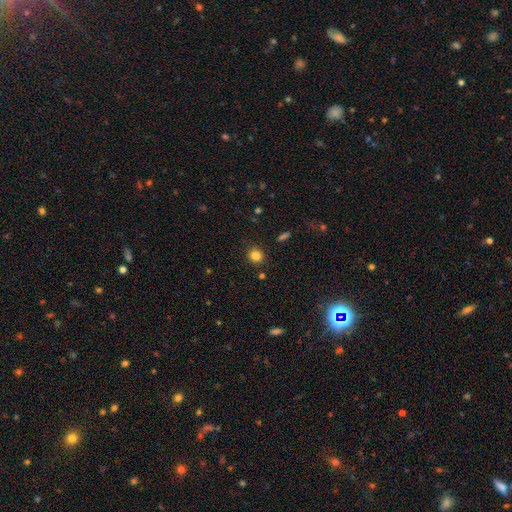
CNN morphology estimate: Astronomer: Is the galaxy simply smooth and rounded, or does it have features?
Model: smooth — 82%.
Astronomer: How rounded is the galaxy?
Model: round — 86%.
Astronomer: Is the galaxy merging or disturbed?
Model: none — 88%.